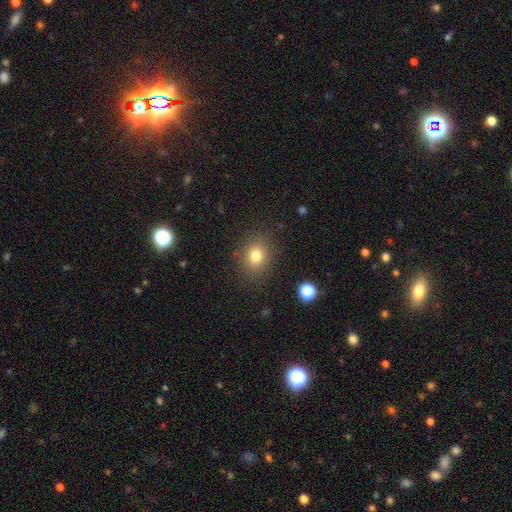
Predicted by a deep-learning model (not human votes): smooth_or_featured: smooth (p=0.79) [alt: star or artifact p=0.13]
how_rounded: round (p=0.63) [alt: in between p=0.36]
merging: none (p=0.85) [alt: minor disturbance p=0.10]